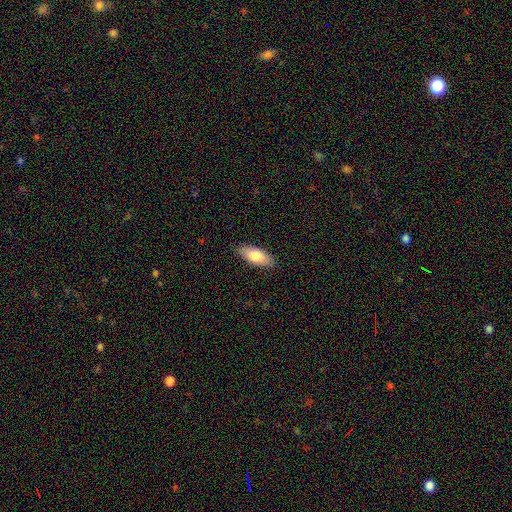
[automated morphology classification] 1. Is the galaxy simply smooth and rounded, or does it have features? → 81% smooth, 13% featured or disk, 6% star or artifact.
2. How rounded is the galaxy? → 81% in between, 17% cigar-shaped, 2% round.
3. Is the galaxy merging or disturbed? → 87% none, 10% minor disturbance, 2% major disturbance, 1% merger.